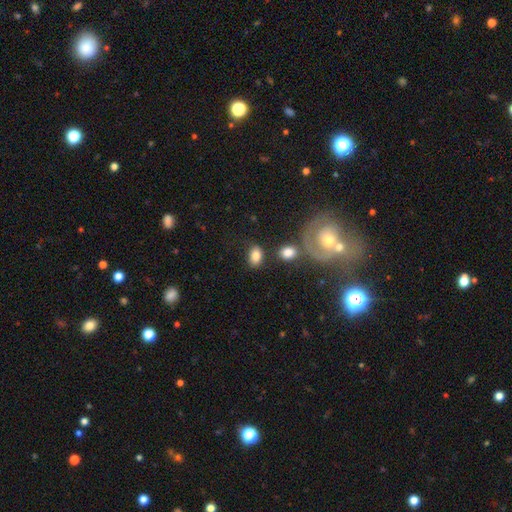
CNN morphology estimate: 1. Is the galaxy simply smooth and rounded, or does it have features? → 80% smooth, 12% featured or disk, 8% star or artifact.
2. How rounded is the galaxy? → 81% in between, 17% round, 2% cigar-shaped.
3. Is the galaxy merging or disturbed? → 70% none, 14% minor disturbance, 9% merger, 6% major disturbance.